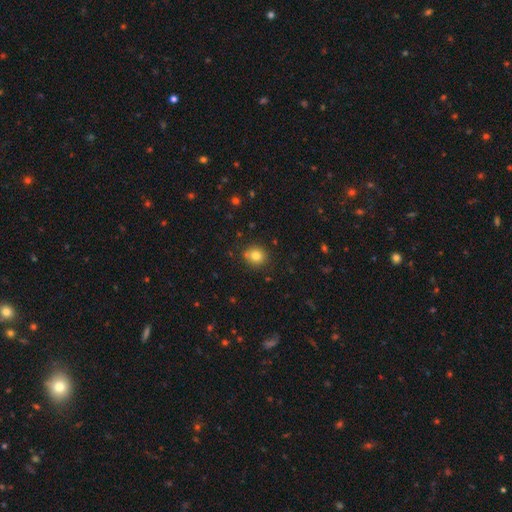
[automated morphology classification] Smooth or featured: smooth — 80% (star or artifact — 12%)
How rounded: round — 85% (in between — 14%)
Merging: none — 82% (minor disturbance — 11%)